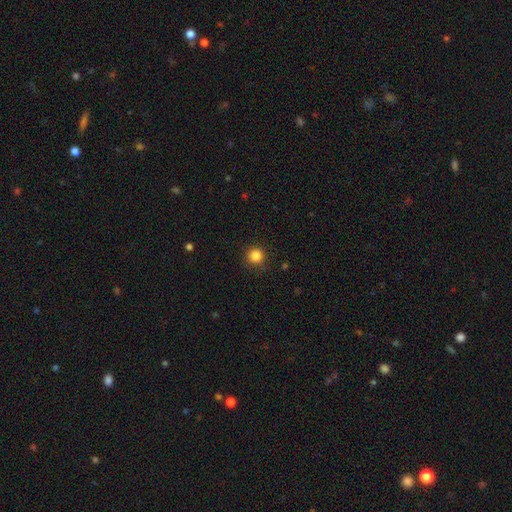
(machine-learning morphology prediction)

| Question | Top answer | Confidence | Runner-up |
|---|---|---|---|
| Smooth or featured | smooth | 85% | star or artifact (12%) |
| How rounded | round | 95% | in between (4%) |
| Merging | none | 90% | minor disturbance (7%) |